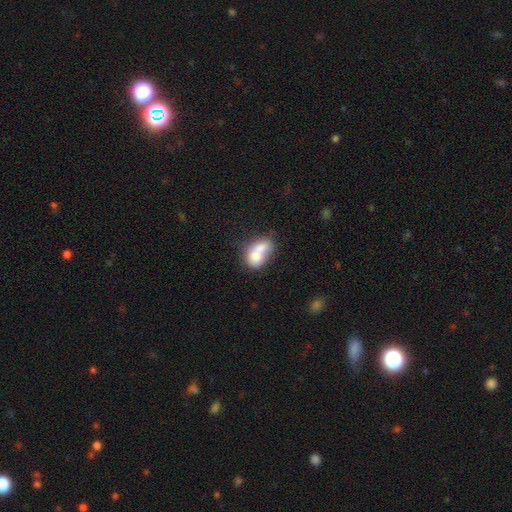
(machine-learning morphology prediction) type=smooth (68%); roundness=in between (68%); merging=merger (66%).